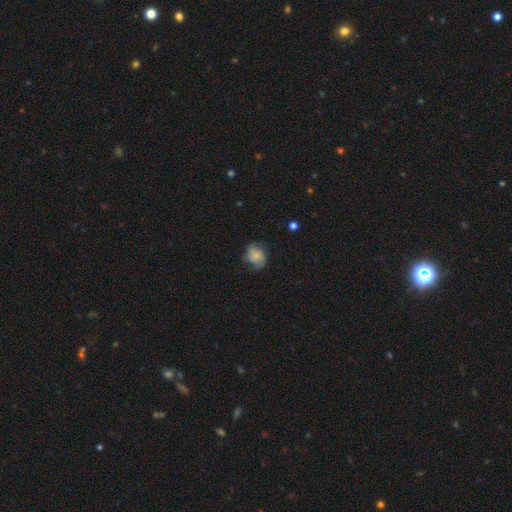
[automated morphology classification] Smooth or featured: smooth — 55% (featured or disk — 36%)
How rounded: round — 59% (in between — 40%)
Merging: none — 61% (minor disturbance — 27%)